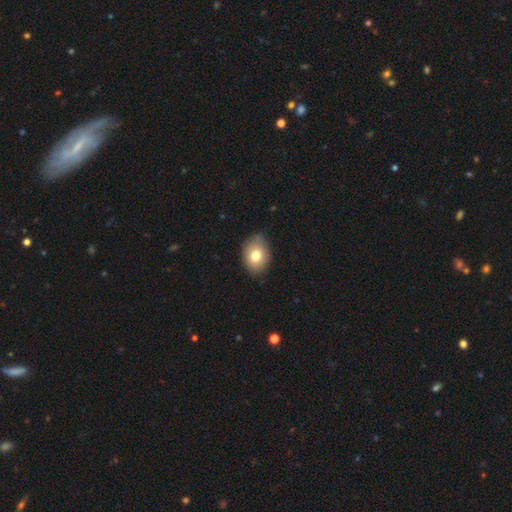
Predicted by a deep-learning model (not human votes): Overall: smooth (77%). How rounded: in between (70%). Merging: none (75%).